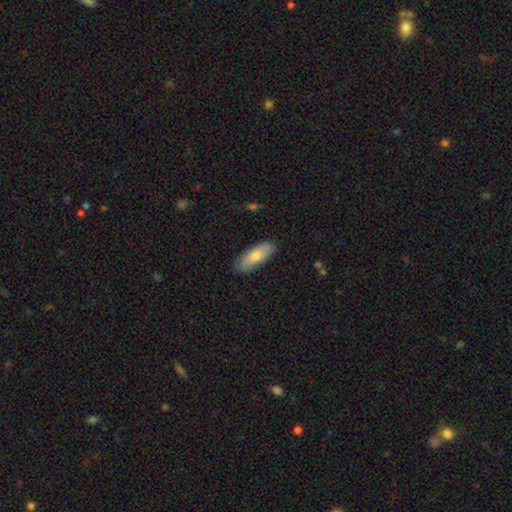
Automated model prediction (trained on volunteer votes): Smooth or featured? Predicted: smooth (p=0.73). How rounded? Predicted: in between (p=0.72). Merging? Predicted: none (p=0.85).